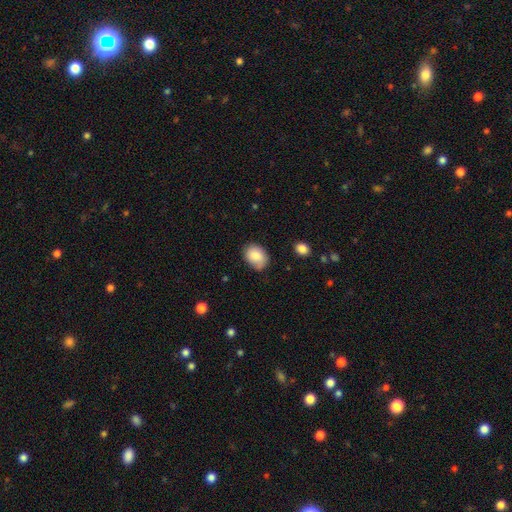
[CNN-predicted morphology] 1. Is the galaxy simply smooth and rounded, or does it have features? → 83% smooth, 9% featured or disk, 8% star or artifact.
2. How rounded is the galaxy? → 63% in between, 36% round, 1% cigar-shaped.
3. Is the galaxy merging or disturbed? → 70% none, 23% minor disturbance, 5% major disturbance, 2% merger.